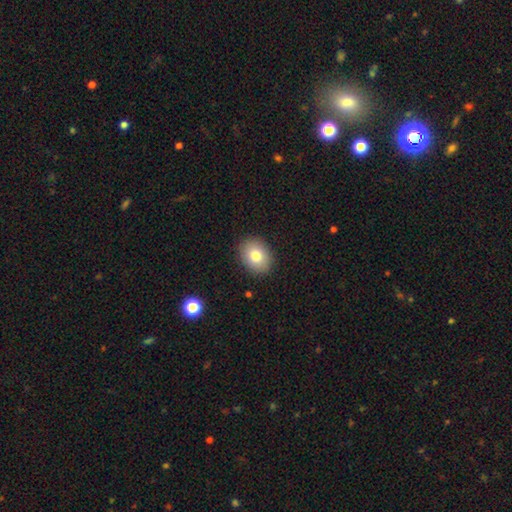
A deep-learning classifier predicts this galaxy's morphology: The model was most divided on "how rounded": in between: 59%, round: 40%, cigar-shaped: 1%. More confident: merging — none (89%); smooth or featured — smooth (83%).